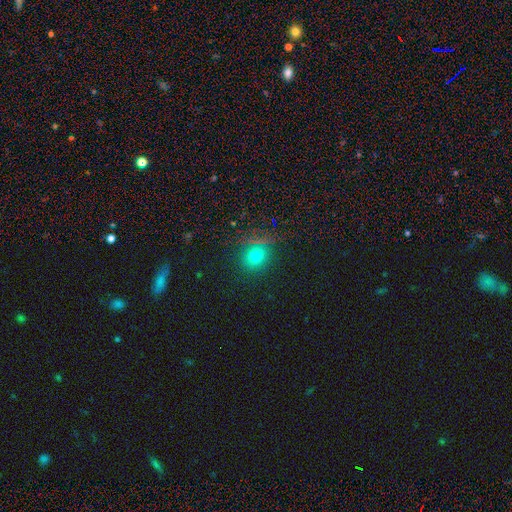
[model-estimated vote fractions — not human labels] smooth-or-featured: smooth: 70% | star or artifact: 22% | featured or disk: 8%
  how-rounded: round: 78% | in between: 21% | cigar-shaped: 1%
  merging: none: 83% | minor disturbance: 10% | major disturbance: 4% | merger: 3%